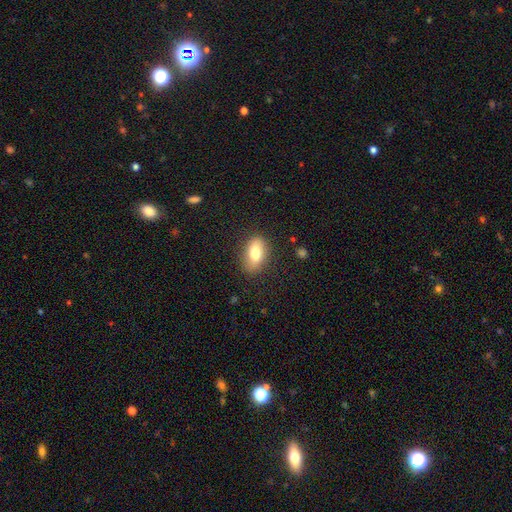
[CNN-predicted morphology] Smooth or featured: smooth — 77% (featured or disk — 15%)
How rounded: in between — 87% (round — 9%)
Merging: none — 77% (minor disturbance — 16%)